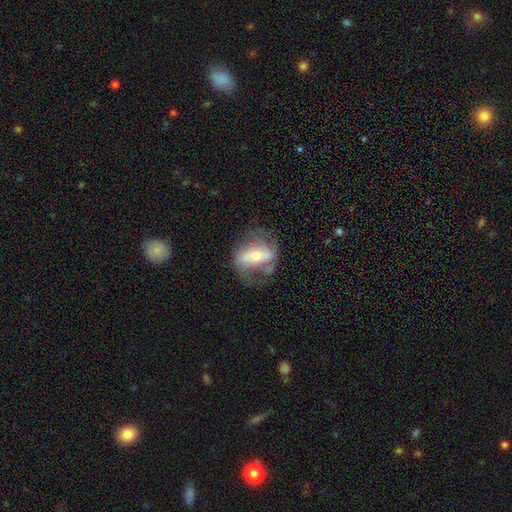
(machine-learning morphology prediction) Smooth or featured?
  - featured or disk: 69% *
  - smooth: 24%
  - star or artifact: 7%
Edge-on disk?
  - no: 94% *
  - yes: 6%
Bar?
  - strong: 48% *
  - weak: 31%
  - no: 22%
Spiral arms?
  - yes: 78% *
  - no: 22%
Spiral winding?
  - medium: 45% *
  - loose: 34%
  - tight: 21%
Spiral arm count?
  - 2: 78% *
  - can't tell: 11%
  - 1: 5%
  - 3: 3%
  - 4: 1%
  - more than 4: 1%
Bulge size?
  - moderate: 46% *
  - small: 37%
  - large: 11%
  - none: 4%
  - dominant: 2%
Merging?
  - none: 55% *
  - minor disturbance: 22%
  - major disturbance: 21%
  - merger: 2%